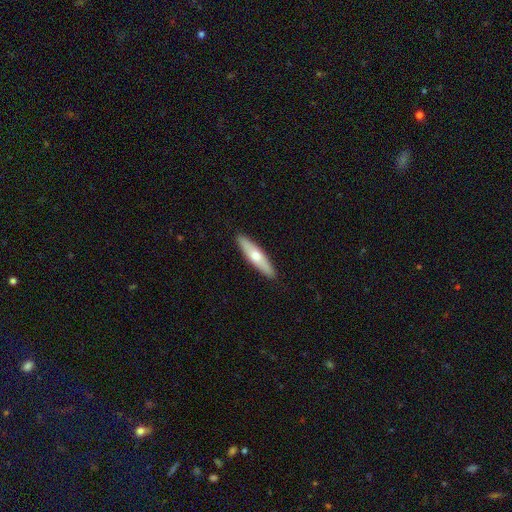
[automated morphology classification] Smooth or featured: smooth — 53% (featured or disk — 41%)
How rounded: cigar-shaped — 76% (in between — 22%)
Merging: none — 91% (minor disturbance — 7%)